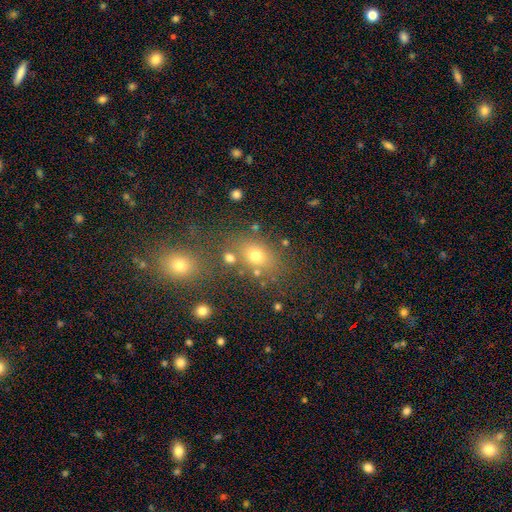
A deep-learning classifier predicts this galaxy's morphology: Q: Smooth or featured?
A: smooth (66%); runner-up: star or artifact (21%)
Q: How rounded?
A: in between (55%); runner-up: round (43%)
Q: Merging?
A: none (66%); runner-up: merger (16%)